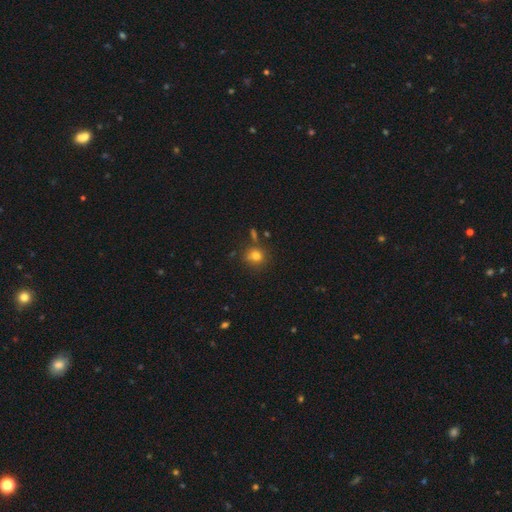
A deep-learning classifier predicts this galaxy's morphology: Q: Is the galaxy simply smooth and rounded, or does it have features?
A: smooth — 78%.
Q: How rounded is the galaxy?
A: round — 76%.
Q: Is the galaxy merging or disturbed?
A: none — 72%.